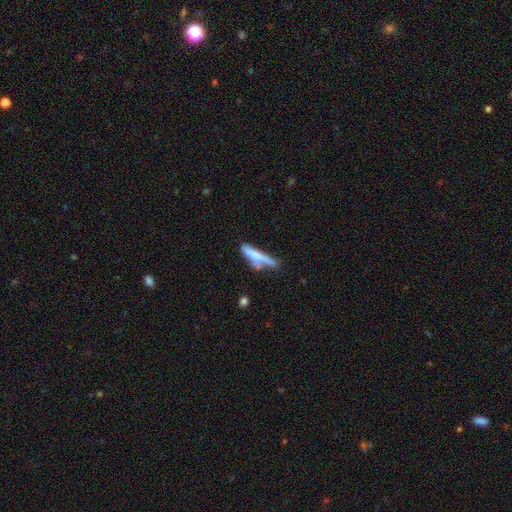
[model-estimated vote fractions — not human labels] Smooth or featured: smooth — 60% (featured or disk — 32%)
How rounded: cigar-shaped — 81% (in between — 17%)
Merging: none — 35% (merger — 24%)